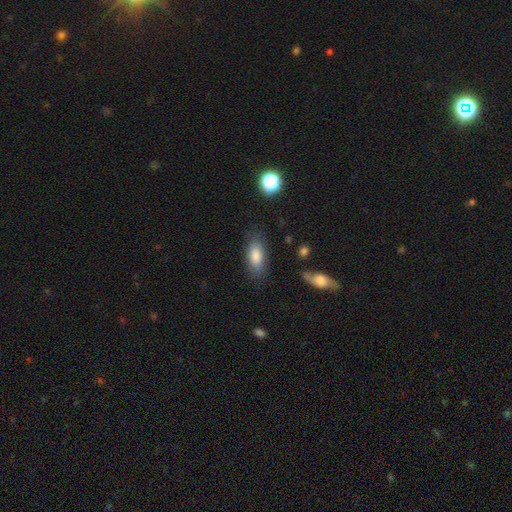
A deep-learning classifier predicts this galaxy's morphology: This is clearly a smooth galaxy (83%). How rounded: clearly in between (85%). Merging: likely none (80%).